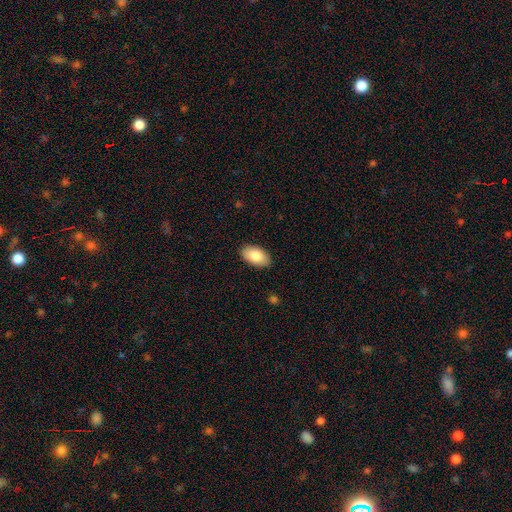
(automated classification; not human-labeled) smooth-or-featured: smooth: 84% | featured or disk: 10% | star or artifact: 6%
  how-rounded: in between: 94% | round: 4% | cigar-shaped: 1%
  merging: none: 88% | minor disturbance: 10% | major disturbance: 2% | merger: 1%